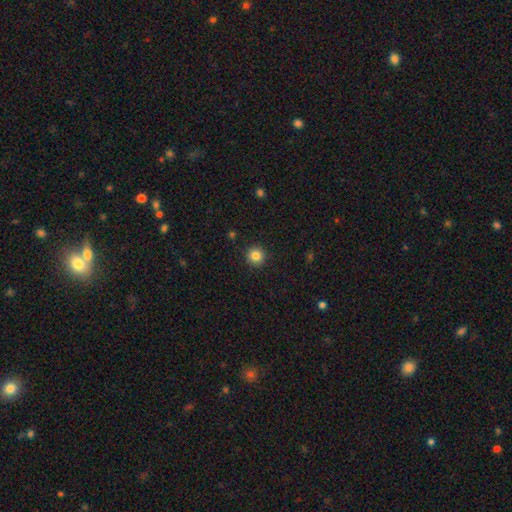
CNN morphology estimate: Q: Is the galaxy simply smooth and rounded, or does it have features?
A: smooth — 84%.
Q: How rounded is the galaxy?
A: round — 94%.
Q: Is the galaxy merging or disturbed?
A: none — 91%.